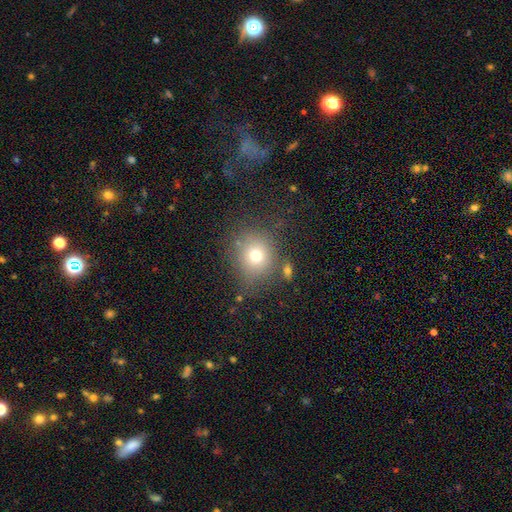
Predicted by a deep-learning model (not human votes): This is likely a smooth galaxy (72%). How rounded: clearly round (84%). Merging: likely none (74%).